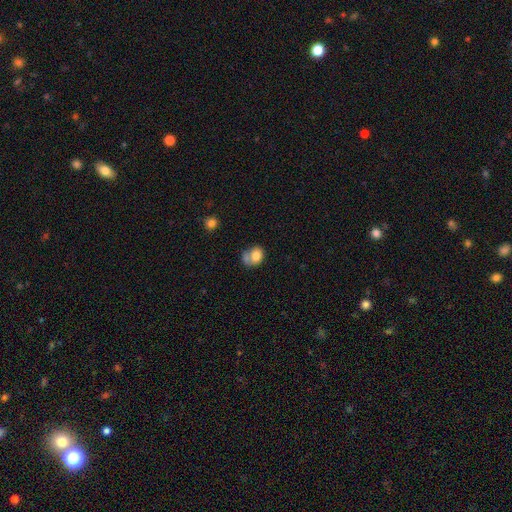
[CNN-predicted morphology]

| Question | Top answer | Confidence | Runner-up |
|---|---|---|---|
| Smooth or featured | smooth | 73% | featured or disk (18%) |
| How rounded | in between | 51% | round (48%) |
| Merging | none | 32% | merger (29%) |